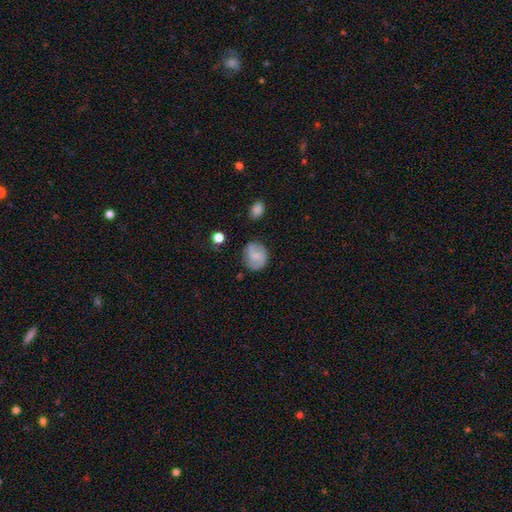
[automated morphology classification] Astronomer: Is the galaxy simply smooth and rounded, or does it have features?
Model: smooth — 47% (runner-up: featured or disk, 45%).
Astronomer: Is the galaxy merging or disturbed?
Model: none — 69%.